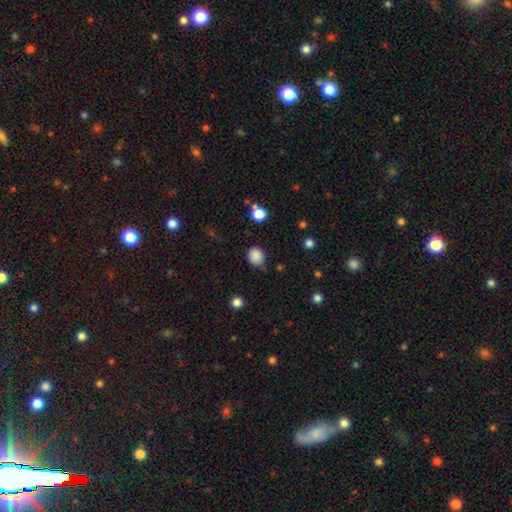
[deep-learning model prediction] A smooth galaxy with no disk features (85%) that is round (81%). Merging: none (80%).